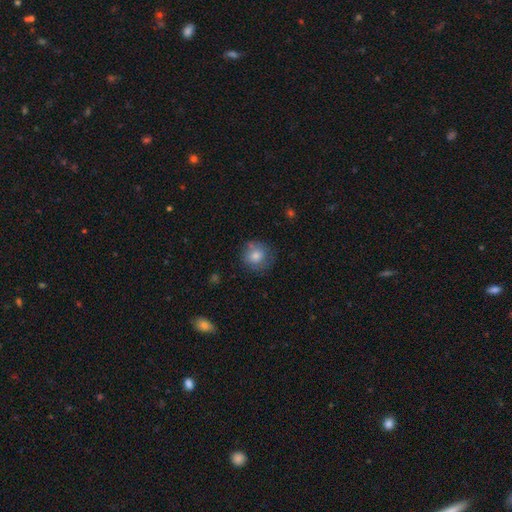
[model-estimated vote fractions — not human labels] Smooth or featured? smooth (79%)
How rounded? round (87%)
Merging? none (73%)